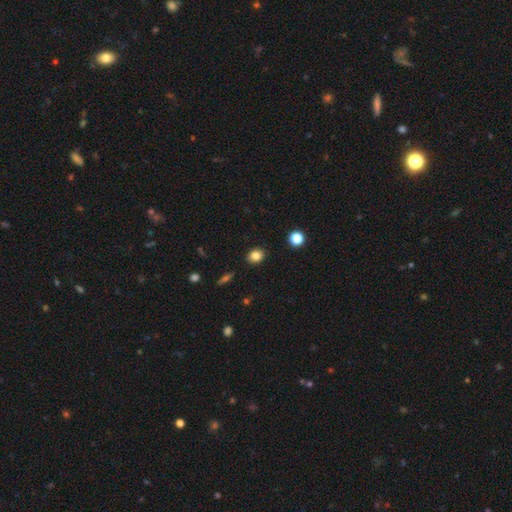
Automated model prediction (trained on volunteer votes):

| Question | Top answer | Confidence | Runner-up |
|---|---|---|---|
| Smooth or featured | smooth | 83% | star or artifact (11%) |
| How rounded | round | 55% | in between (44%) |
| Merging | none | 89% | minor disturbance (8%) |